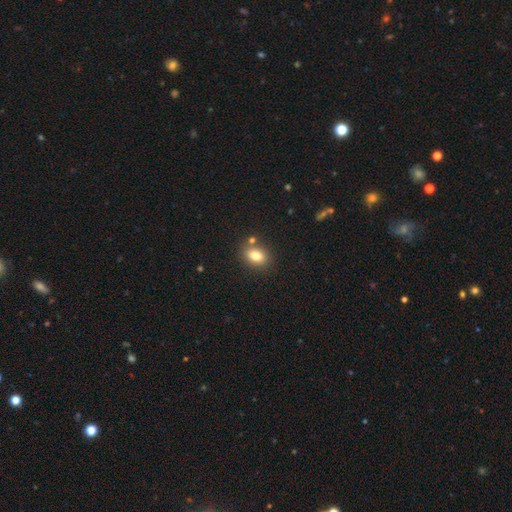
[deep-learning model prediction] Smooth or featured? smooth (81%)
How rounded? in between (72%)
Merging? none (76%)